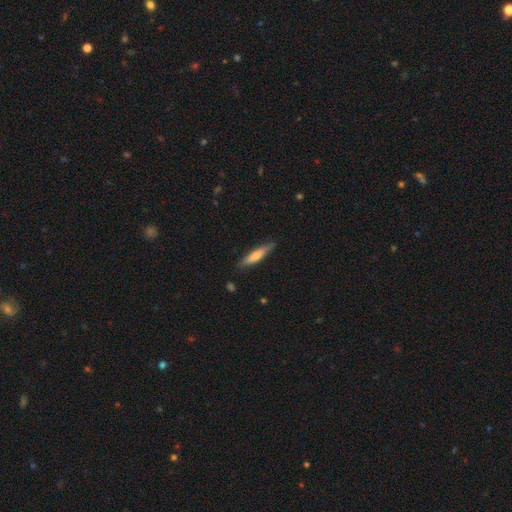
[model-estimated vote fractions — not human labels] smooth 60%, featured or disk 34%, star or artifact 6%. Down the decision tree: how rounded — cigar-shaped (87%); merging — none (84%).